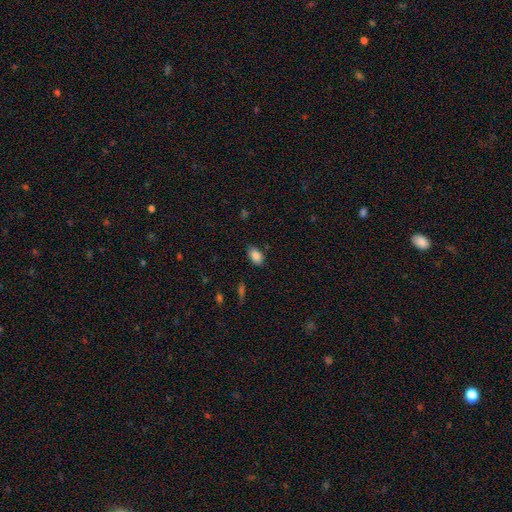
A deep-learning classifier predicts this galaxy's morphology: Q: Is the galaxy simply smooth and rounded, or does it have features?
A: smooth — 86%.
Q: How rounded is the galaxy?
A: in between — 90%.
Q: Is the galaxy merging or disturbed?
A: none — 78%.